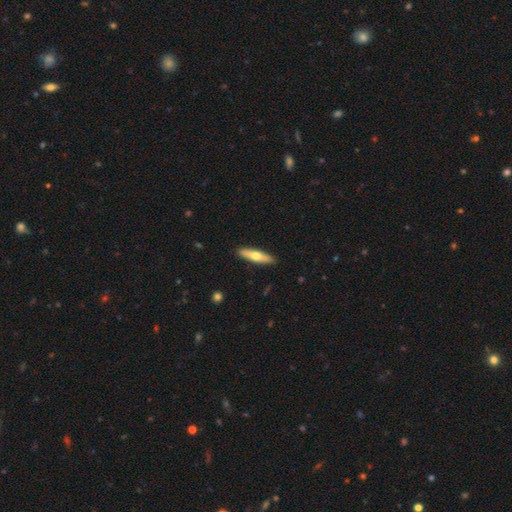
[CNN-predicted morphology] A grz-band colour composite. It shows a smooth galaxy with no disk features (52%) that is cigar-shaped (78%). Merging: none (91%).